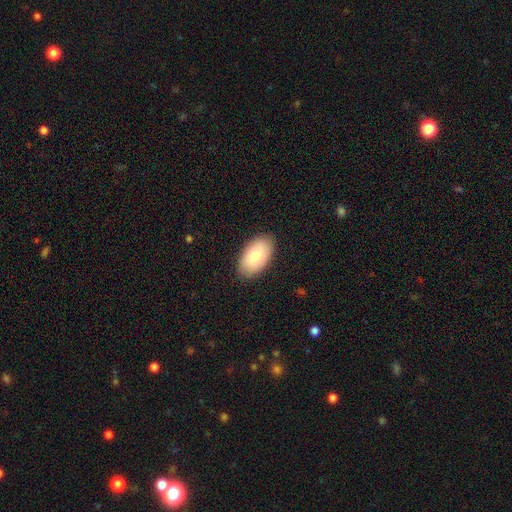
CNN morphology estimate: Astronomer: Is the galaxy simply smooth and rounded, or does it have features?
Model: smooth — 77%.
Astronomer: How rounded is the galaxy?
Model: in between — 94%.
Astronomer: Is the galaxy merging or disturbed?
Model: none — 87%.